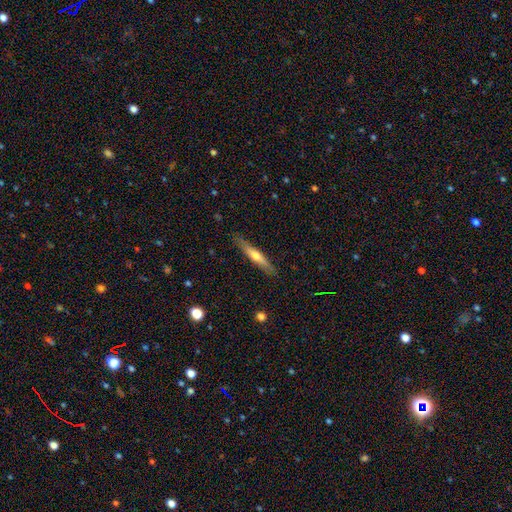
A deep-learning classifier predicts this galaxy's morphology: type=featured or disk (50%); edge-on=yes (92%); merging=none (86%).